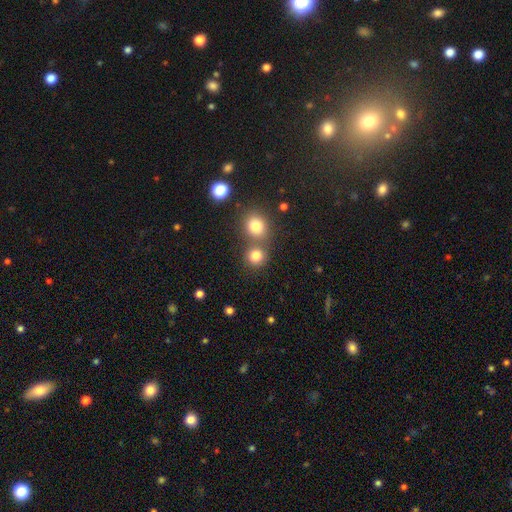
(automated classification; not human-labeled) This is likely a smooth galaxy (79%). How rounded: clearly round (88%). Merging: likely none (62%).